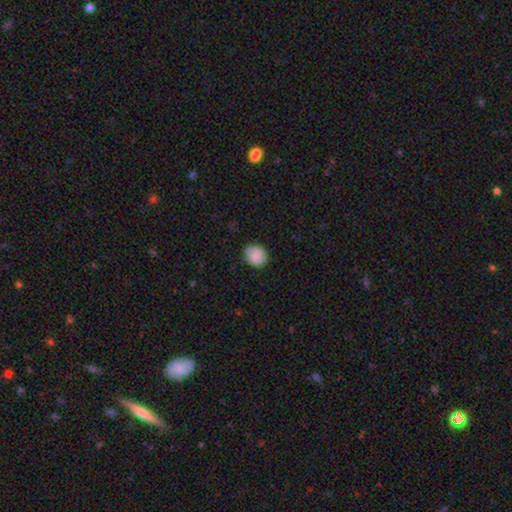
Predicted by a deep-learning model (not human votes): Smooth or featured? Predicted: smooth (p=0.86). How rounded? Predicted: round (p=0.67). Merging? Predicted: none (p=0.80).